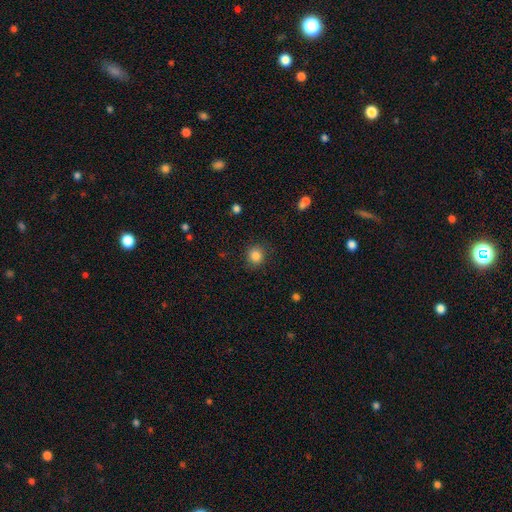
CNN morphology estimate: A smooth galaxy with no disk features (84%) that is round (88%).

Vote fractions:
- Smooth or featured? smooth: 84% / star or artifact: 11% / featured or disk: 5%
- How rounded? round: 88% / in between: 11% / cigar-shaped: 1%
- Merging? none: 86% / minor disturbance: 10% / major disturbance: 3% / merger: 1%